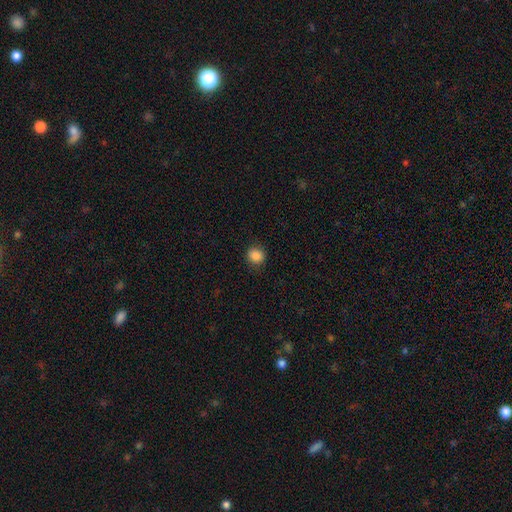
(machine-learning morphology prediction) smooth 87%, star or artifact 10%, featured or disk 3%. Down the decision tree: how rounded — round (80%); merging — none (87%).